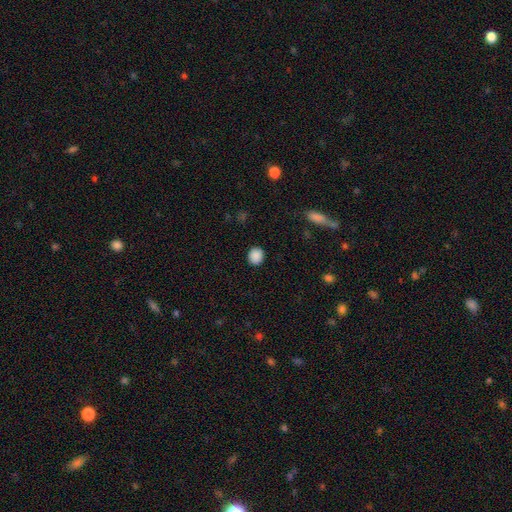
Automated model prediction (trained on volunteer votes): Q: Smooth or featured?
A: smooth (89%); runner-up: star or artifact (9%)
Q: How rounded?
A: round (77%); runner-up: in between (22%)
Q: Merging?
A: none (90%); runner-up: minor disturbance (7%)